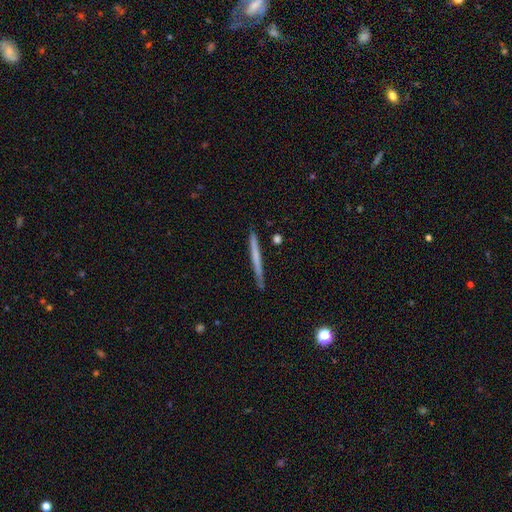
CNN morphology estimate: Smooth or featured?
  - smooth: 52% *
  - featured or disk: 42%
  - star or artifact: 6%
How rounded?
  - cigar-shaped: 97% *
  - in between: 2%
  - round: 1%
Merging?
  - none: 88% *
  - minor disturbance: 9%
  - merger: 2%
  - major disturbance: 2%